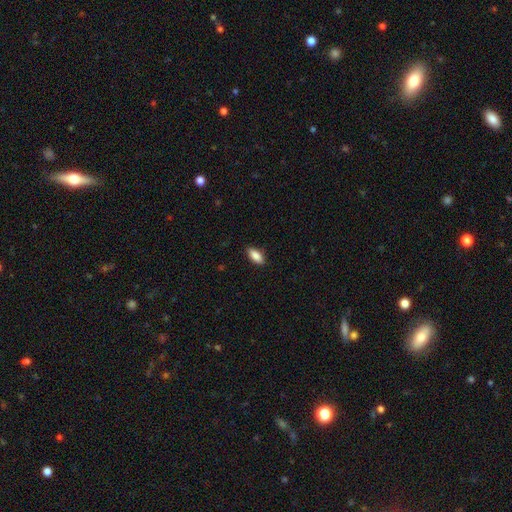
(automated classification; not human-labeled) Smooth or featured: smooth — 88% (star or artifact — 7%)
How rounded: in between — 88% (cigar-shaped — 9%)
Merging: none — 86% (minor disturbance — 11%)